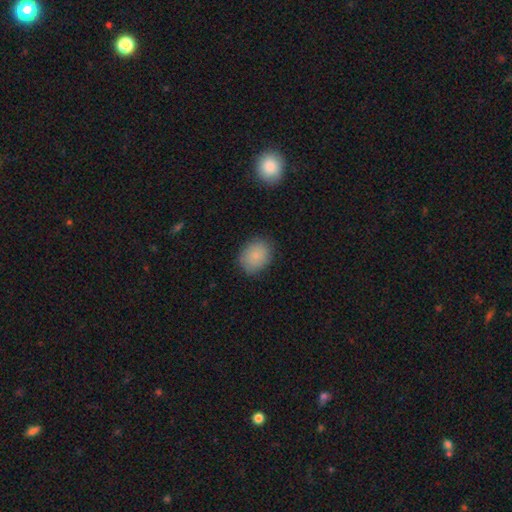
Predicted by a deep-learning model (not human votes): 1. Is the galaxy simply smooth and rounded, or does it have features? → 86% smooth, 8% star or artifact, 6% featured or disk.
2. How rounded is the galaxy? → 50% in between, 49% round, 1% cigar-shaped.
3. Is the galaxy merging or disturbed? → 84% none, 12% minor disturbance, 3% major disturbance, 1% merger.